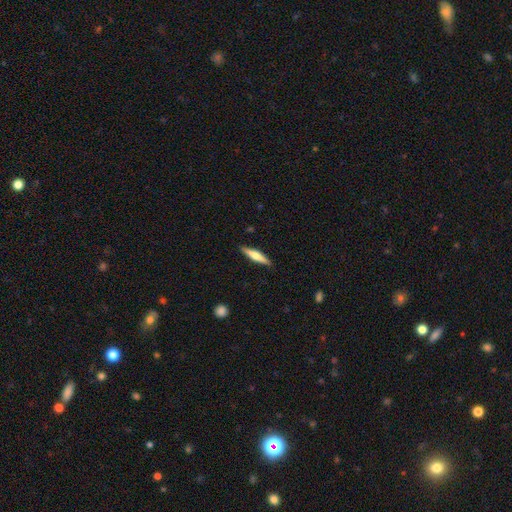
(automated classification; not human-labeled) A smooth galaxy with no disk features (51%) that is cigar-shaped (85%).

Vote fractions:
- Smooth or featured? smooth: 51% / featured or disk: 44% / star or artifact: 5%
- How rounded? cigar-shaped: 85% / in between: 14% / round: 2%
- Merging? none: 90% / minor disturbance: 8% / major disturbance: 2% / merger: 1%